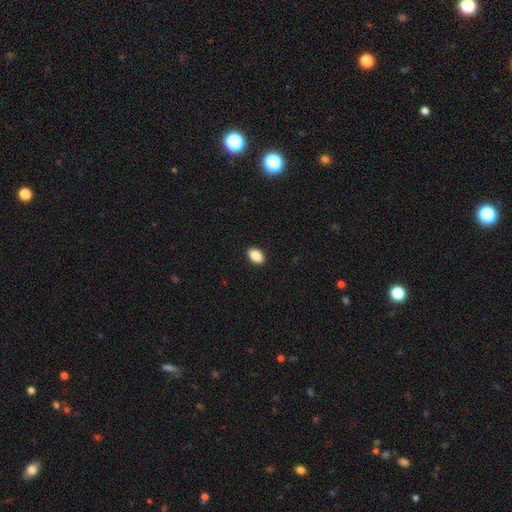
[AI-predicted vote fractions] This appears to be a smooth galaxy with no disk features (89%) that is in between round and cigar-shaped (90%). Merging: none (91%).